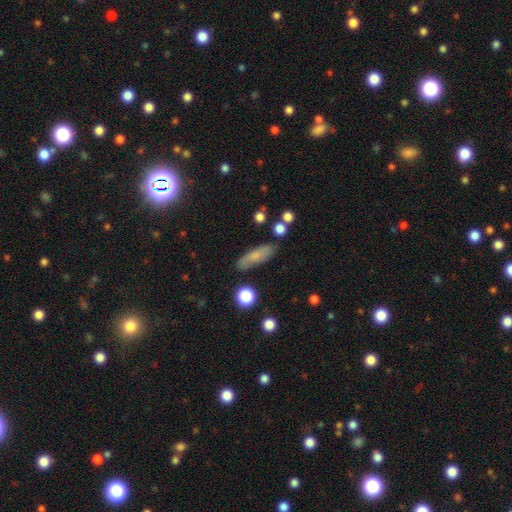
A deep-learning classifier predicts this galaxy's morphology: Smooth or featured? Predicted: smooth (p=0.72). How rounded? Predicted: cigar-shaped (p=0.55). Merging? Predicted: none (p=0.80).